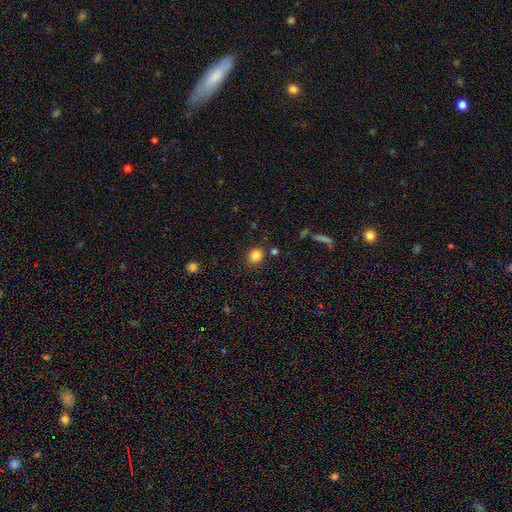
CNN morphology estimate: Smooth or featured?
  - smooth: 83% *
  - star or artifact: 12%
  - featured or disk: 5%
How rounded?
  - round: 78% *
  - in between: 21%
  - cigar-shaped: 1%
Merging?
  - none: 83% *
  - minor disturbance: 9%
  - merger: 5%
  - major disturbance: 3%